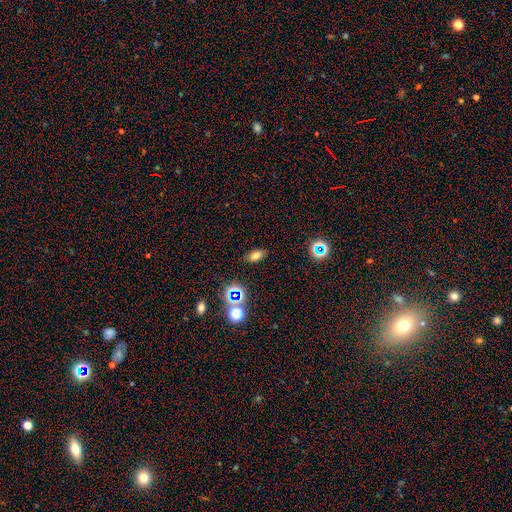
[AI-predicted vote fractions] smooth-or-featured: smooth: 69% | star or artifact: 20% | featured or disk: 11%
  how-rounded: in between: 86% | round: 8% | cigar-shaped: 6%
  merging: none: 85% | minor disturbance: 10% | major disturbance: 3% | merger: 2%